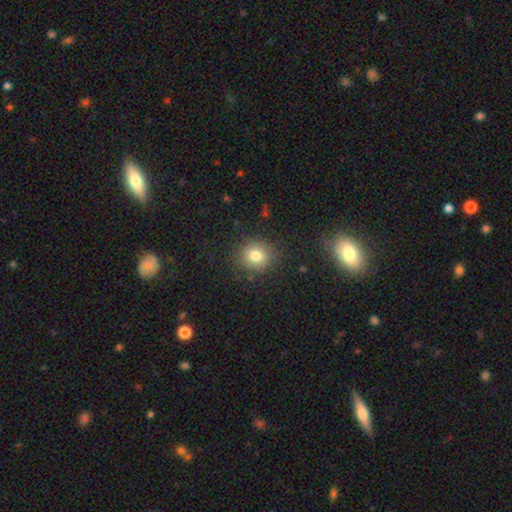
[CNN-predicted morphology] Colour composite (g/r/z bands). It shows a smooth galaxy with no disk features (78%) that is round (82%). Merging: none (84%).